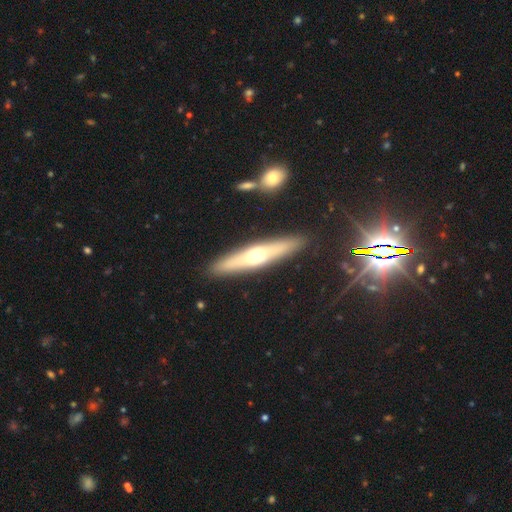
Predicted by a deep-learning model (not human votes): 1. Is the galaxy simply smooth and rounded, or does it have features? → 54% featured or disk, 38% smooth, 7% star or artifact.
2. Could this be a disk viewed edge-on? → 90% yes, 10% no.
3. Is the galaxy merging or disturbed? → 88% none, 8% minor disturbance, 2% merger, 2% major disturbance.